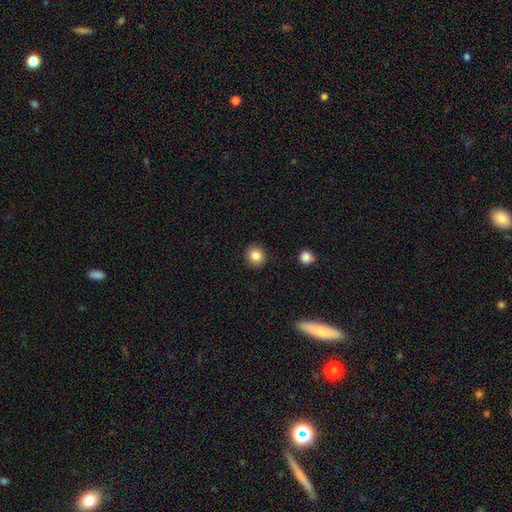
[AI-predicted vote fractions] This is clearly a smooth galaxy (85%). How rounded: clearly round (86%). Merging: clearly none (91%).